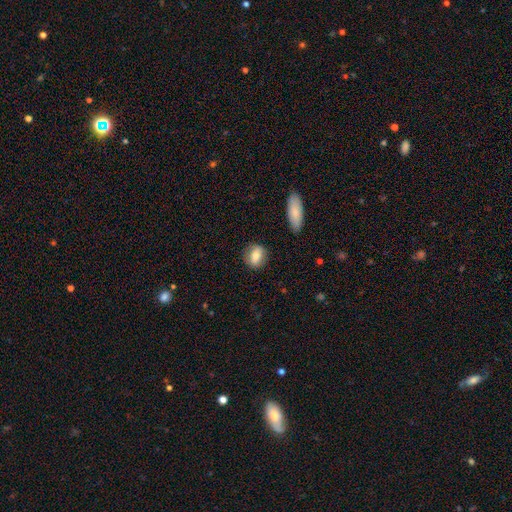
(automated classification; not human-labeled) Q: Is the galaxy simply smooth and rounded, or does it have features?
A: smooth — 75%.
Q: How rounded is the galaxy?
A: round — 52%.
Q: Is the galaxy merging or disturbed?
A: none — 85%.